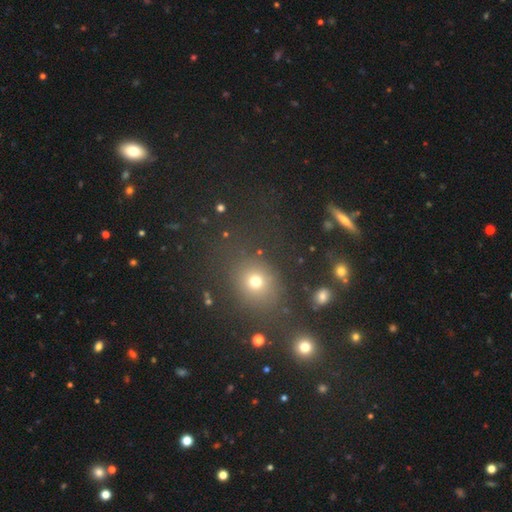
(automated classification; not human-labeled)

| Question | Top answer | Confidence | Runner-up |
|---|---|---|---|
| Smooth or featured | smooth | 54% | star or artifact (36%) |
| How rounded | round | 69% | in between (29%) |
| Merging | none | 79% | minor disturbance (10%) |